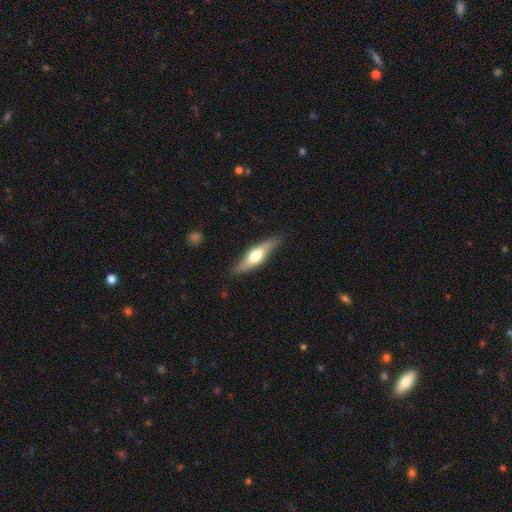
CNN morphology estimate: Smooth or featured: featured or disk — 49% (smooth — 46%)
Merging: none — 84% (minor disturbance — 13%)